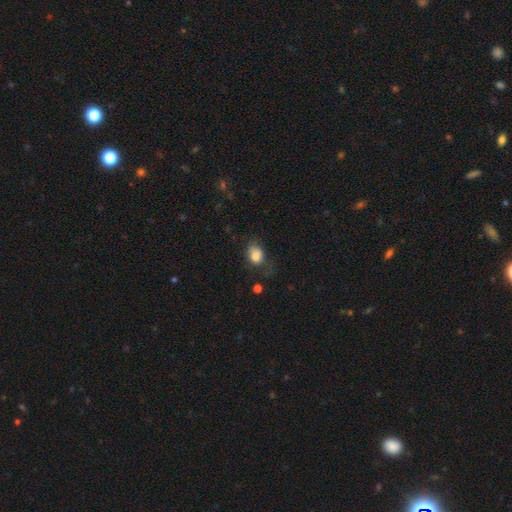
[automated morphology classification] Q: Smooth or featured?
A: smooth (82%); runner-up: star or artifact (10%)
Q: How rounded?
A: in between (59%); runner-up: round (40%)
Q: Merging?
A: none (54%); runner-up: minor disturbance (29%)